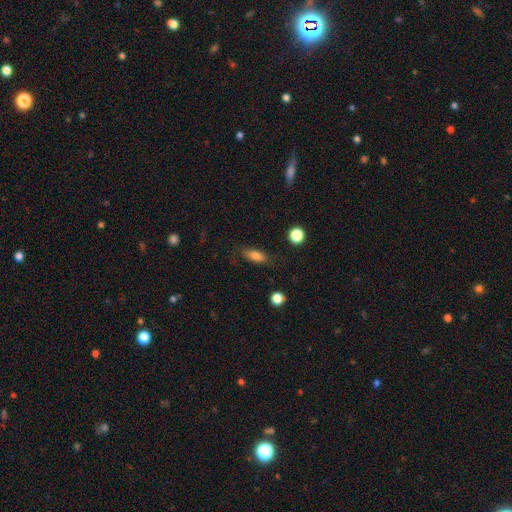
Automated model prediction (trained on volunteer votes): Smooth or featured?
  - smooth: 78% *
  - featured or disk: 12%
  - star or artifact: 9%
How rounded?
  - in between: 69% *
  - cigar-shaped: 26%
  - round: 5%
Merging?
  - none: 80% *
  - minor disturbance: 14%
  - major disturbance: 4%
  - merger: 2%